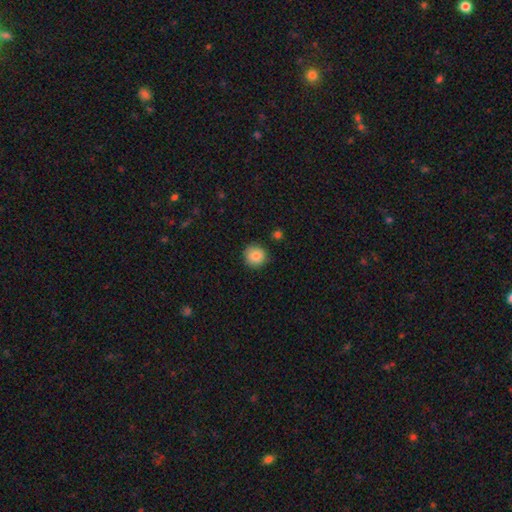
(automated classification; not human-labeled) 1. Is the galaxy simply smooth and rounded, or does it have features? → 86% smooth, 9% star or artifact, 6% featured or disk.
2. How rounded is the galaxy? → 93% round, 6% in between, 1% cigar-shaped.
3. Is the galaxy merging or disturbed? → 88% none, 8% minor disturbance, 2% major disturbance, 2% merger.